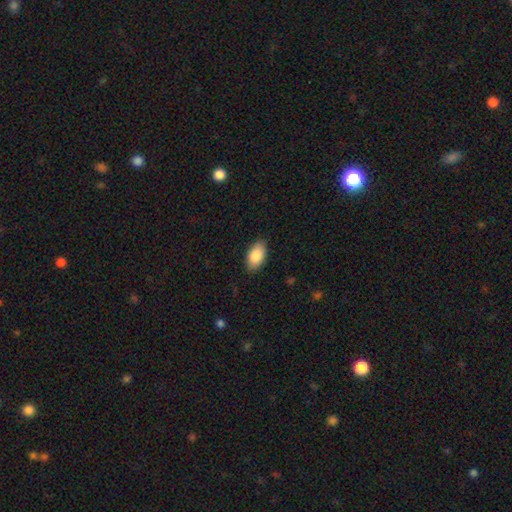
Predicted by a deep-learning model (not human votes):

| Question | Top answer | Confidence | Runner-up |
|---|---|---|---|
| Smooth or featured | smooth | 86% | featured or disk (8%) |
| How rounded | in between | 94% | round (4%) |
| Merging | none | 86% | minor disturbance (10%) |